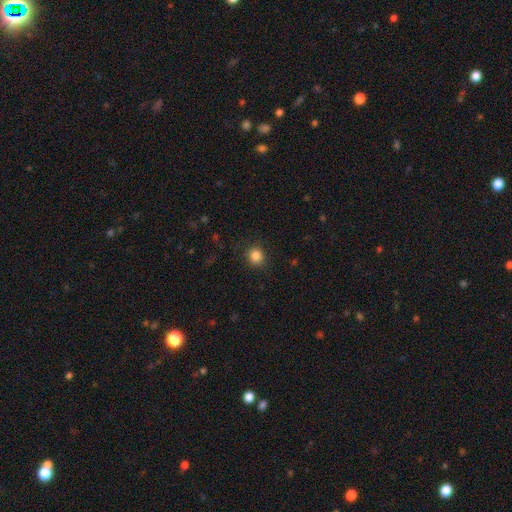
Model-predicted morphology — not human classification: Smooth or featured? smooth (85%)
How rounded? round (87%)
Merging? none (89%)